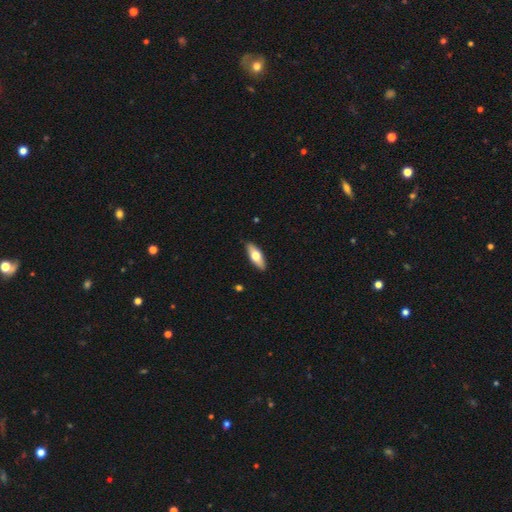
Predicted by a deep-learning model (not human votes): smooth 59%, featured or disk 36%, star or artifact 6%. Down the decision tree: how rounded — in between (63%); merging — none (89%).